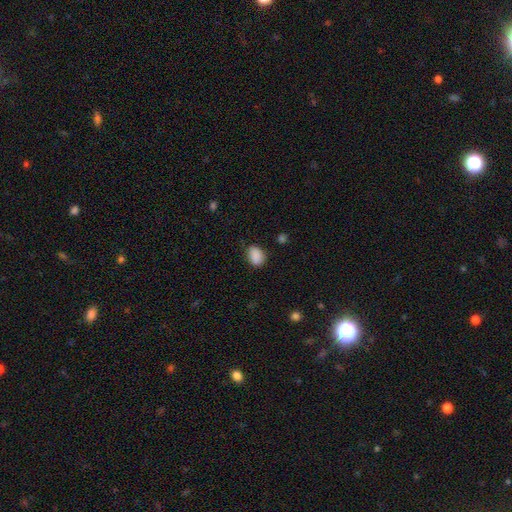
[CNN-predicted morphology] type=smooth (88%); roundness=in between (71%); merging=none (75%).